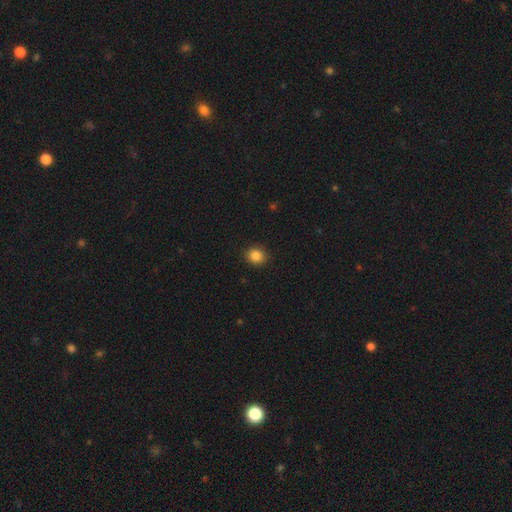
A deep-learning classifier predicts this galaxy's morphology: Overall: smooth (86%). How rounded: round (76%). Merging: none (91%).